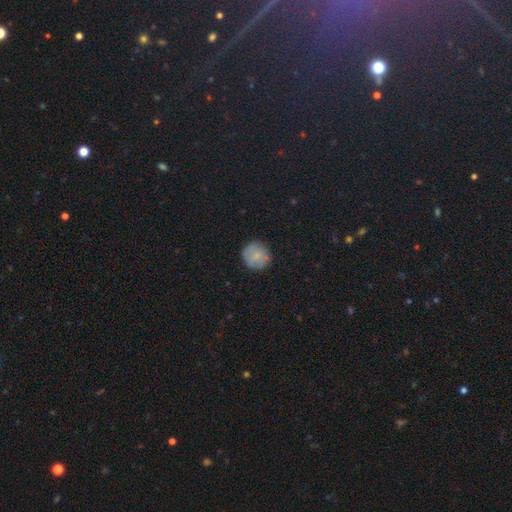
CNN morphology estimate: Overall: smooth (77%). How rounded: round (92%). Merging: none (85%).